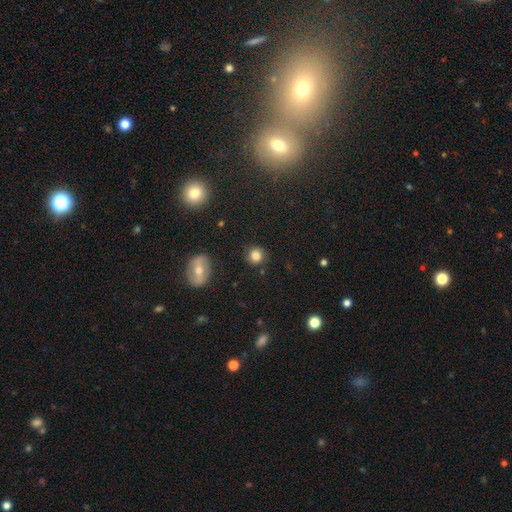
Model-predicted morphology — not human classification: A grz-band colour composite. It shows a smooth galaxy with no disk features (82%) that is round (91%). Merging: none (89%).